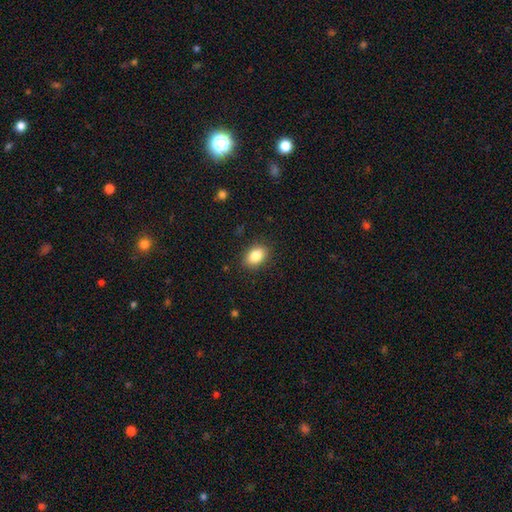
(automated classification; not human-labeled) A smooth galaxy with no disk features (84%) that is in between round and cigar-shaped (79%).

Vote fractions:
- Smooth or featured? smooth: 84% / star or artifact: 8% / featured or disk: 7%
- How rounded? in between: 79% / round: 19% / cigar-shaped: 1%
- Merging? none: 88% / minor disturbance: 8% / major disturbance: 2% / merger: 1%